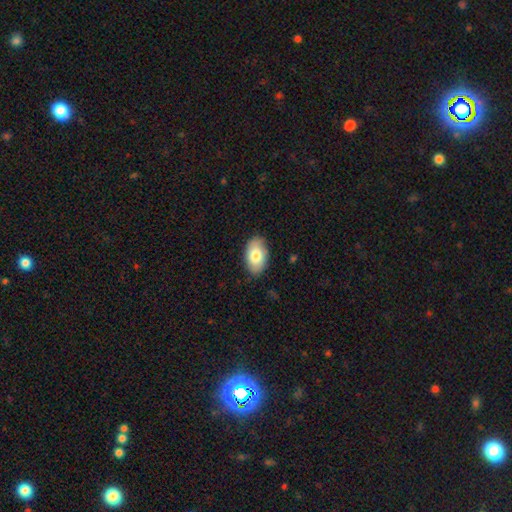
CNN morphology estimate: smooth 79%, featured or disk 15%, star or artifact 6%. Down the decision tree: how rounded — in between (93%); merging — none (85%).